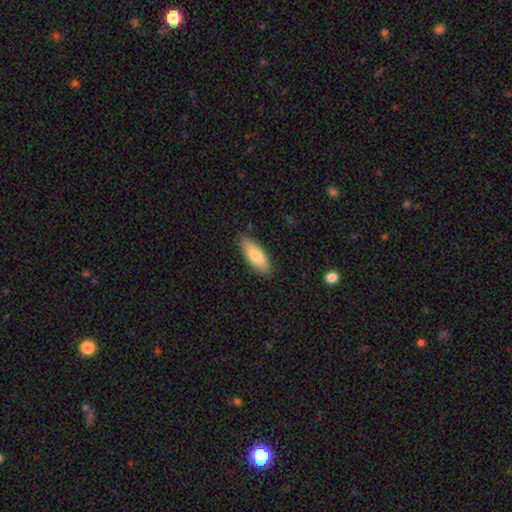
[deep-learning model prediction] This is likely a smooth galaxy (79%). How rounded: likely in between (64%). Merging: clearly none (87%).